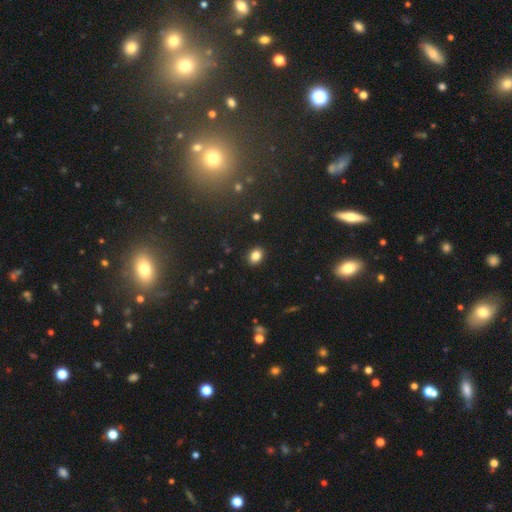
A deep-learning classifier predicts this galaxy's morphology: The model was most divided on "how rounded": in between: 53%, round: 46%, cigar-shaped: 1%. More confident: merging — none (90%); smooth or featured — smooth (84%).